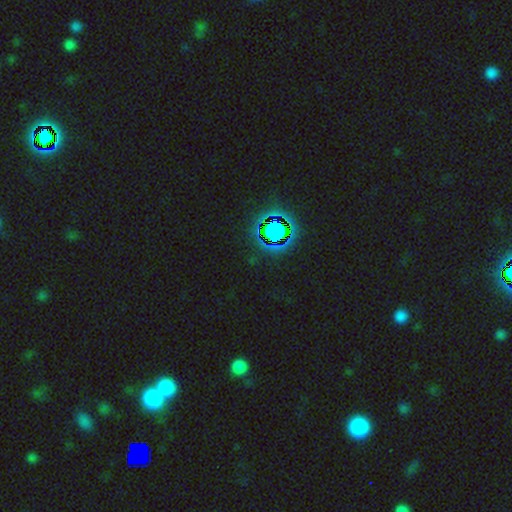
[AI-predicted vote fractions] smooth-or-featured: star or artifact: 78% | smooth: 14% | featured or disk: 8%